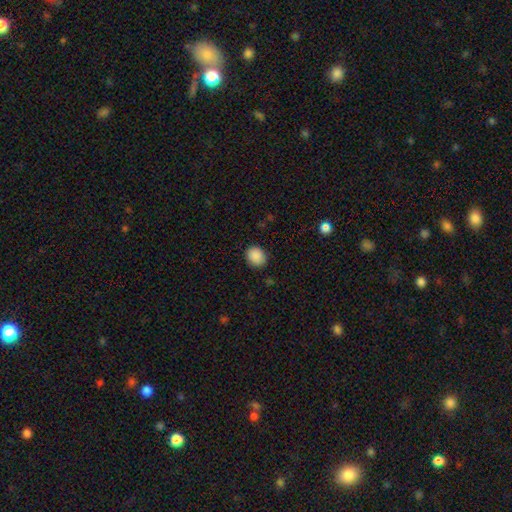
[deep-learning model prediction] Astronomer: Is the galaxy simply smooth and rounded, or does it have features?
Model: smooth — 89%.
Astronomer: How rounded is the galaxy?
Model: round — 67%.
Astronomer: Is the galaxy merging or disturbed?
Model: none — 86%.